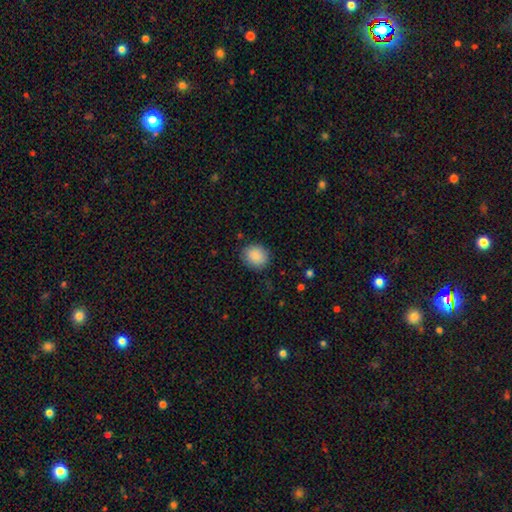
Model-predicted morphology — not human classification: Smooth or featured? smooth (88%)
How rounded? round (66%)
Merging? none (86%)